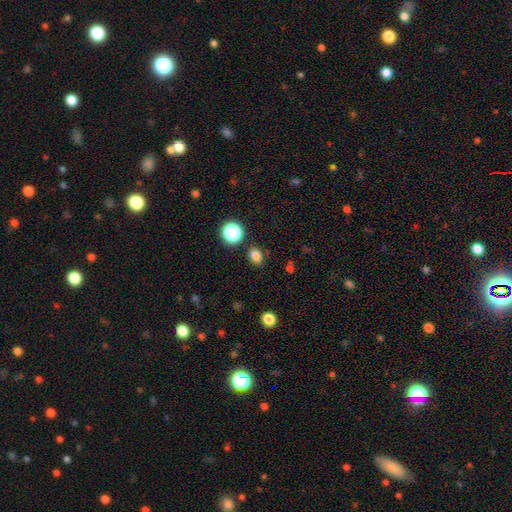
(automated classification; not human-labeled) smooth-or-featured: smooth: 81% | star or artifact: 14% | featured or disk: 4%
  how-rounded: in between: 62% | round: 36% | cigar-shaped: 1%
  merging: none: 84% | minor disturbance: 10% | merger: 3% | major disturbance: 3%